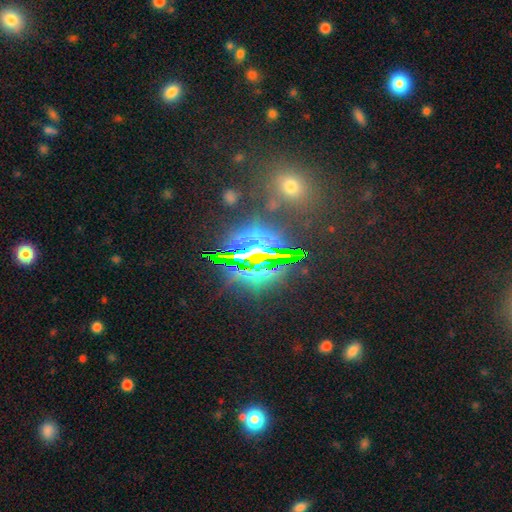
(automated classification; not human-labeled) smooth_or_featured: star or artifact (p=0.79) [alt: smooth p=0.11]